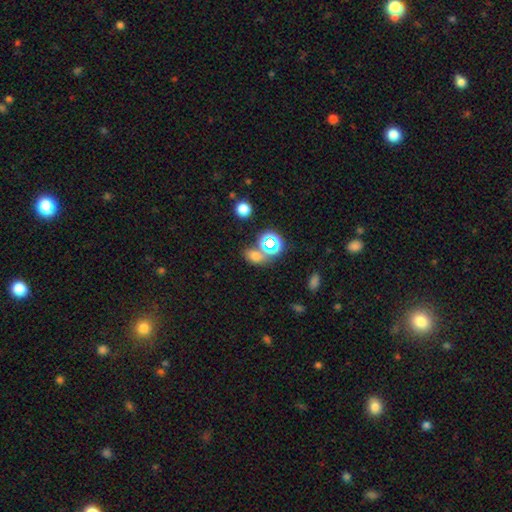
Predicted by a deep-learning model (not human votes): This appears to be a smooth galaxy with no disk features (59%) that is in between round and cigar-shaped (63%). Merging: none (57%).